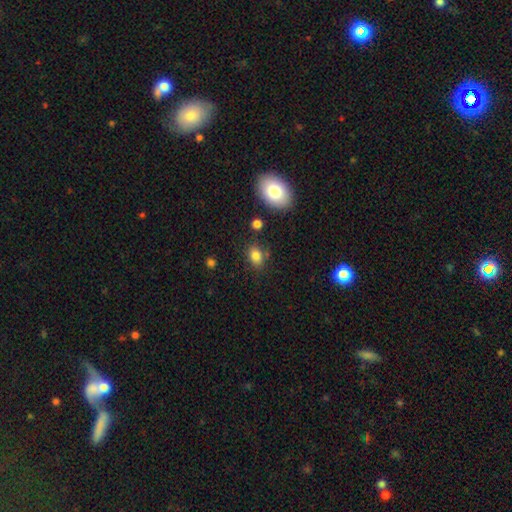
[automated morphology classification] Smooth or featured? smooth (82%)
How rounded? in between (72%)
Merging? none (76%)